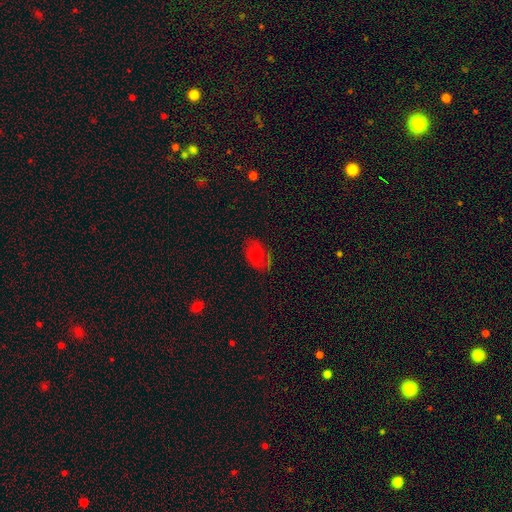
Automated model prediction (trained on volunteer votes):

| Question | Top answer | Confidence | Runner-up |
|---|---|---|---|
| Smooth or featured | featured or disk | 43% | tied: smooth (43%) |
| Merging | none | 67% | minor disturbance (20%) |